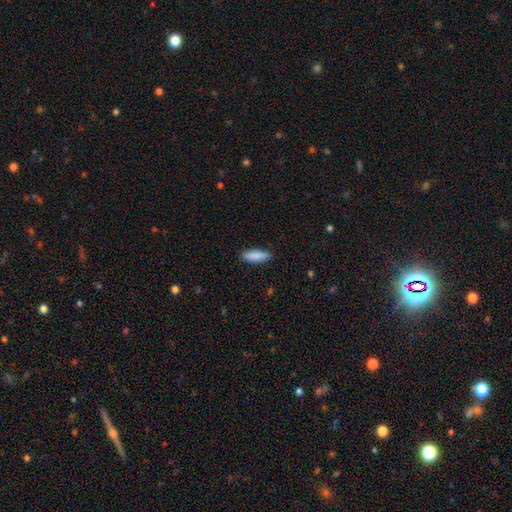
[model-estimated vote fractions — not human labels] Smooth or featured: smooth — 89% (star or artifact — 6%)
How rounded: in between — 59% (cigar-shaped — 39%)
Merging: none — 88% (minor disturbance — 9%)